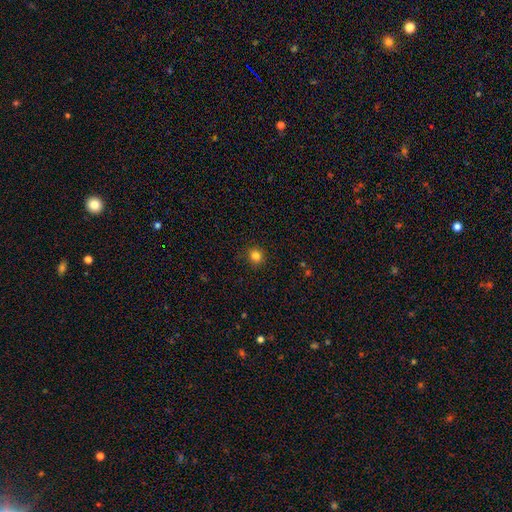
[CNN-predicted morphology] This is clearly a smooth galaxy (83%). How rounded: clearly round (90%). Merging: clearly none (89%).